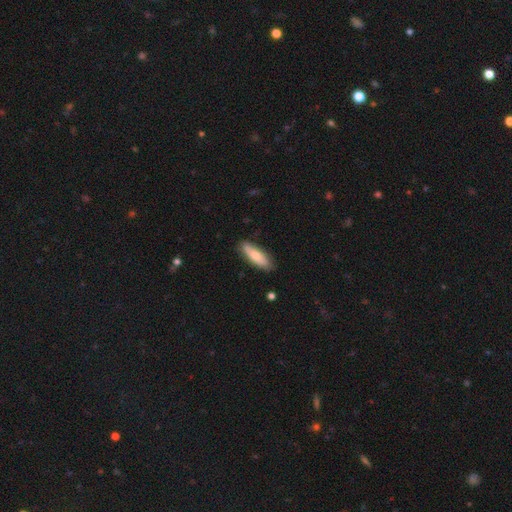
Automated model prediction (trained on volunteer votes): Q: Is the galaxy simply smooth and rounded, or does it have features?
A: smooth — 66%.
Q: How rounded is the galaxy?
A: in between — 55%.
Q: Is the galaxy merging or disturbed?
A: none — 83%.